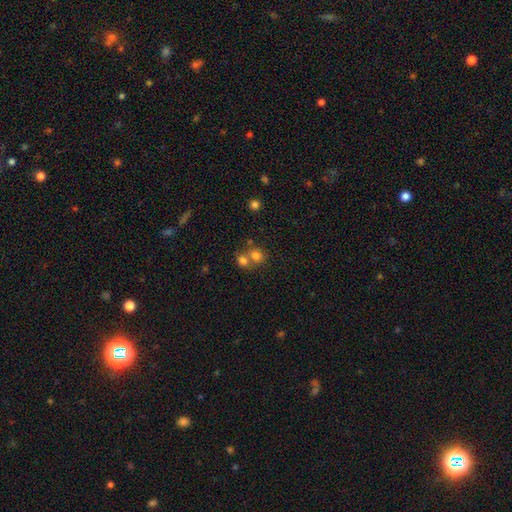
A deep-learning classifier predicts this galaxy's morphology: Smooth or featured?
  - smooth: 75% *
  - star or artifact: 14%
  - featured or disk: 11%
How rounded?
  - round: 82% *
  - in between: 17%
  - cigar-shaped: 1%
Merging?
  - merger: 48% *
  - none: 43%
  - minor disturbance: 6%
  - major disturbance: 3%